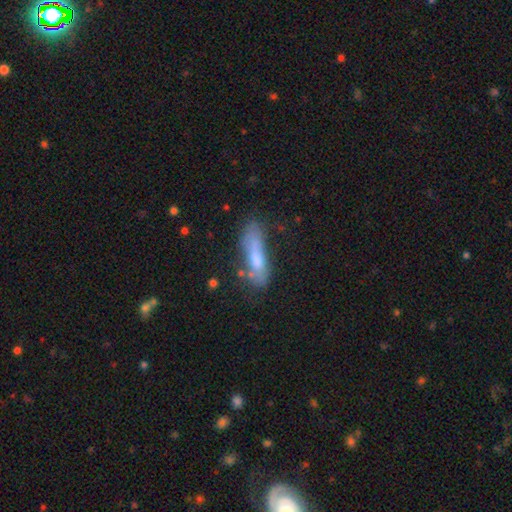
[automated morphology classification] A smooth galaxy with no disk features (63%) that is cigar-shaped (65%). Merging: none (53%).